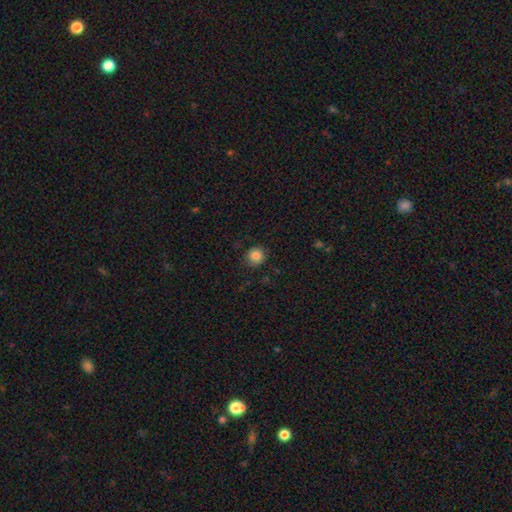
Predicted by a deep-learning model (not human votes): Smooth or featured? smooth (85%)
How rounded? round (90%)
Merging? none (87%)